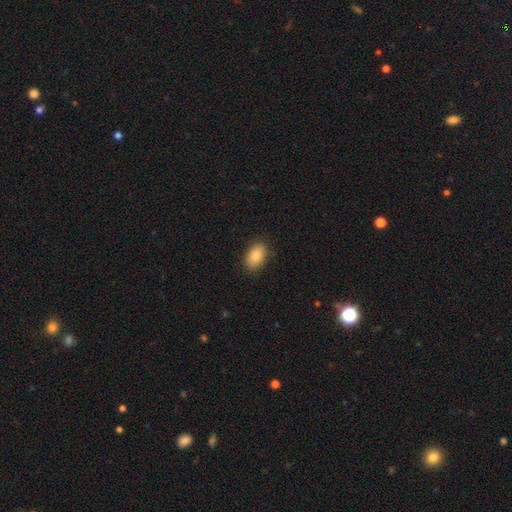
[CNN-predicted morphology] smooth 85%, featured or disk 8%, star or artifact 8%. Down the decision tree: how rounded — in between (88%); merging — none (87%).